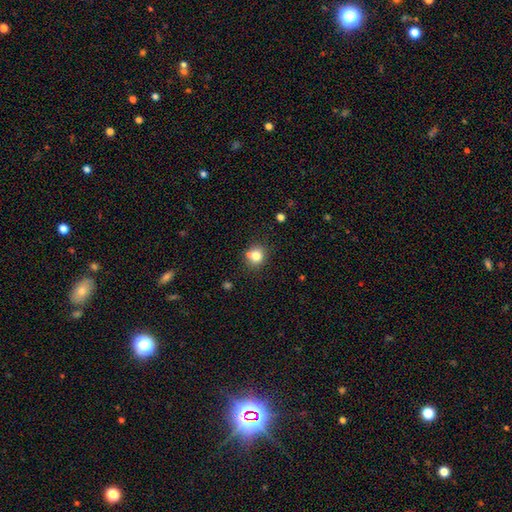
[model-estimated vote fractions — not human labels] Overall: smooth (78%). How rounded: round (86%). Merging: none (67%).